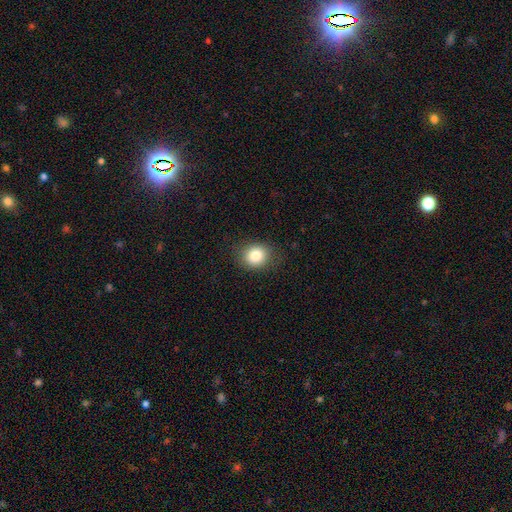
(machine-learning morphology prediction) A smooth galaxy with no disk features (82%) that is round (67%).

Vote fractions:
- Smooth or featured? smooth: 82% / star or artifact: 10% / featured or disk: 8%
- How rounded? round: 67% / in between: 32% / cigar-shaped: 1%
- Merging? none: 84% / minor disturbance: 11% / major disturbance: 3% / merger: 1%